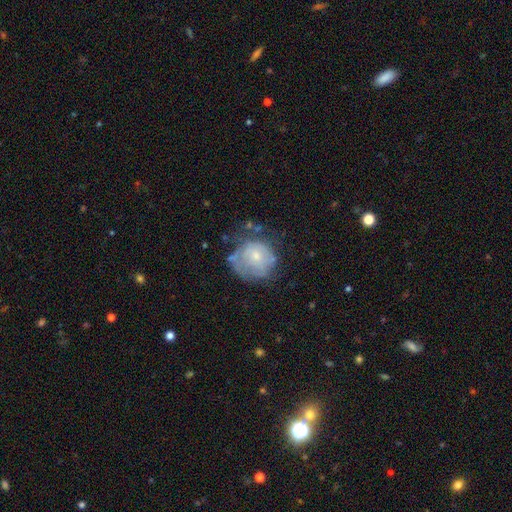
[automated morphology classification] Smooth or featured? smooth (46%)
Merging? none (52%)